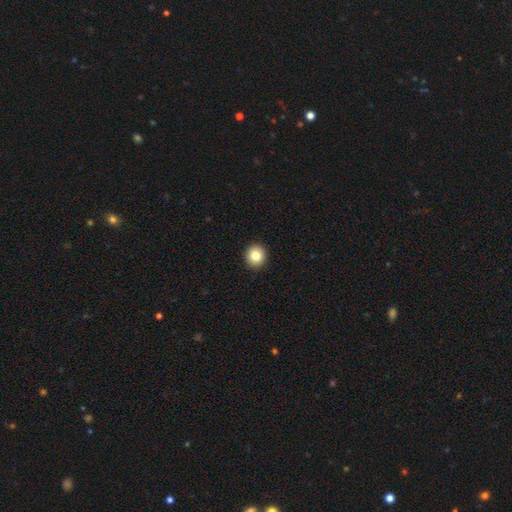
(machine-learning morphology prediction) Smooth or featured: smooth — 83% (star or artifact — 10%)
How rounded: round — 90% (in between — 10%)
Merging: none — 93% (minor disturbance — 5%)